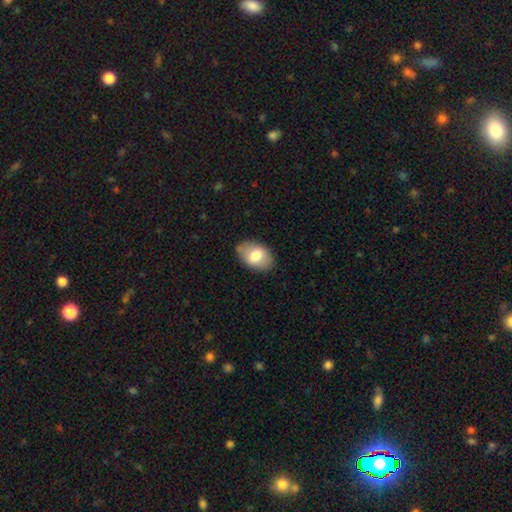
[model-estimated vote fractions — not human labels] The model was most divided on "smooth or featured": smooth: 71%, featured or disk: 22%, star or artifact: 7%. More confident: how rounded — in between (87%); merging — none (80%).